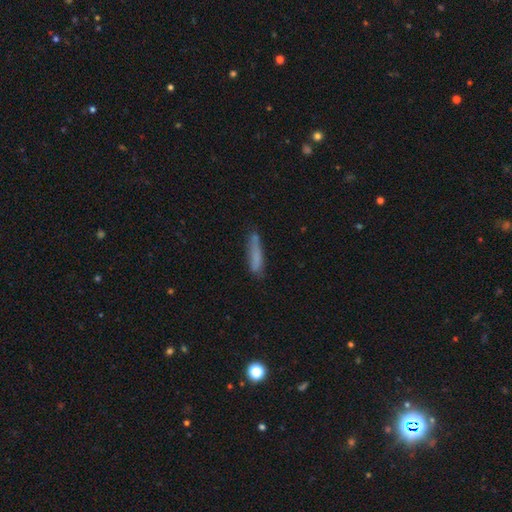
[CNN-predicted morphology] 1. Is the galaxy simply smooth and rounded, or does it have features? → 74% smooth, 17% featured or disk, 9% star or artifact.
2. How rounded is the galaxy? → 87% cigar-shaped, 11% in between, 2% round.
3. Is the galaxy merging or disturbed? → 71% none, 20% minor disturbance, 6% major disturbance, 4% merger.